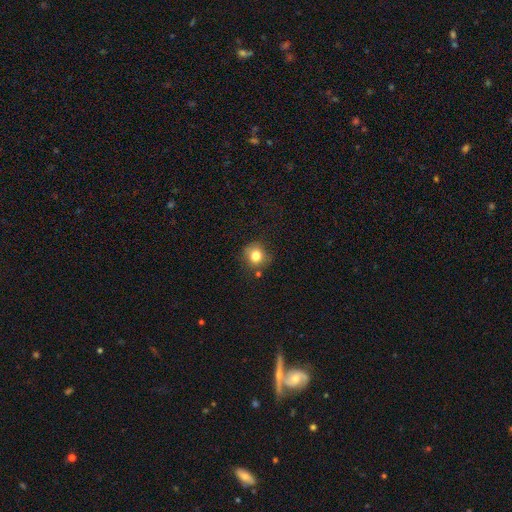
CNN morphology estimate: type=smooth (81%); roundness=round (84%); merging=none (76%).